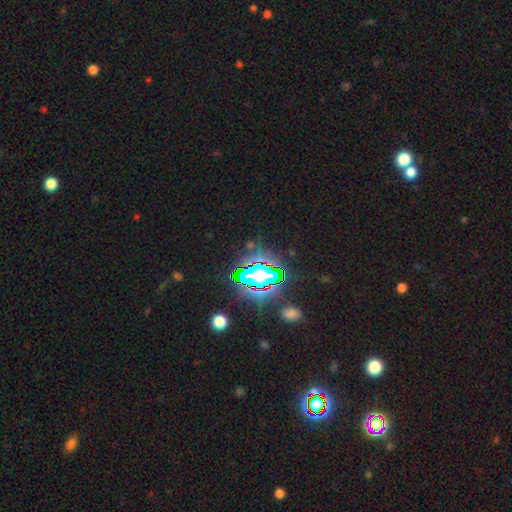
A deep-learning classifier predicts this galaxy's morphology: type=star or artifact (83%).